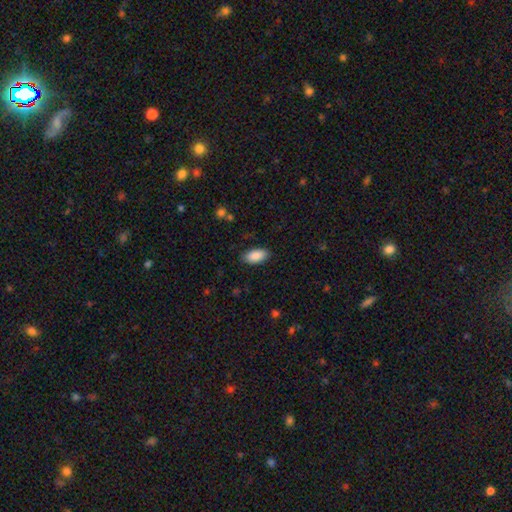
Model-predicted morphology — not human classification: Smooth or featured? smooth (89%)
How rounded? in between (93%)
Merging? none (86%)